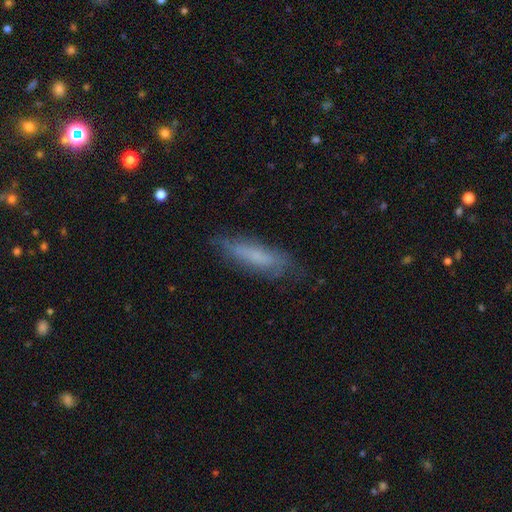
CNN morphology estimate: A smooth galaxy with no disk features (58%) that is cigar-shaped (71%).

Vote fractions:
- Smooth or featured? smooth: 58% / featured or disk: 34% / star or artifact: 8%
- How rounded? cigar-shaped: 71% / in between: 27% / round: 2%
- Merging? none: 72% / minor disturbance: 21% / major disturbance: 6% / merger: 2%